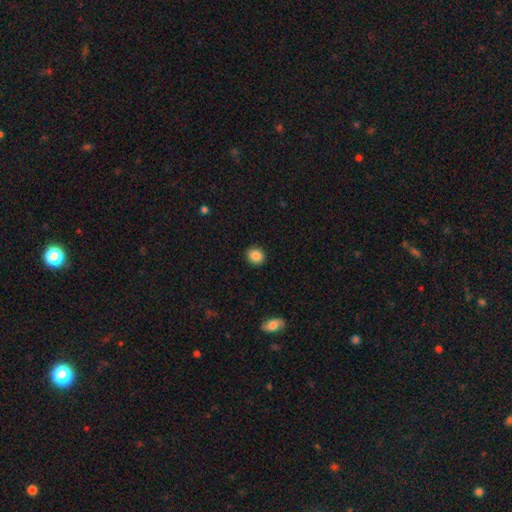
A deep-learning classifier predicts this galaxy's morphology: Smooth or featured?
  - smooth: 86% *
  - star or artifact: 9%
  - featured or disk: 4%
How rounded?
  - round: 79% *
  - in between: 20%
  - cigar-shaped: 1%
Merging?
  - none: 90% *
  - minor disturbance: 7%
  - major disturbance: 2%
  - merger: 1%